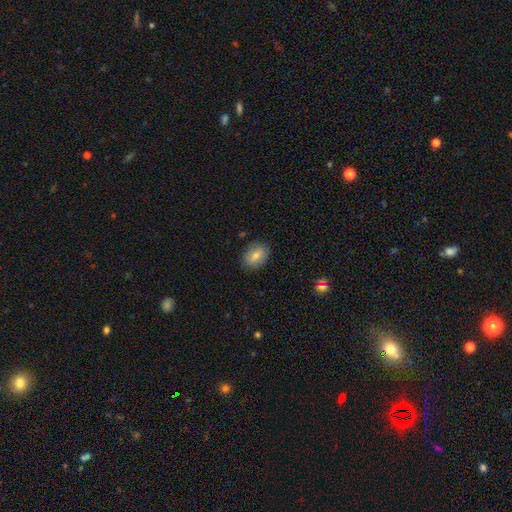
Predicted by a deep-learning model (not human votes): The model was most divided on "smooth or featured": smooth: 73%, featured or disk: 18%, star or artifact: 9%. More confident: merging — none (87%); how rounded — in between (77%).